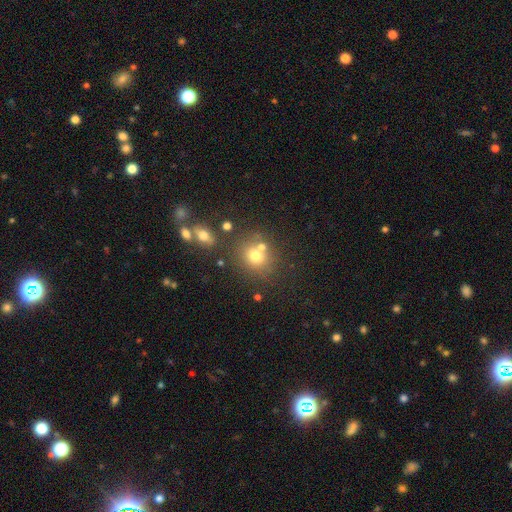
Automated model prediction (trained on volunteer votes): smooth-or-featured: smooth: 71% | star or artifact: 15% | featured or disk: 14%
  how-rounded: round: 79% | in between: 20% | cigar-shaped: 1%
  merging: none: 63% | merger: 21% | minor disturbance: 11% | major disturbance: 5%